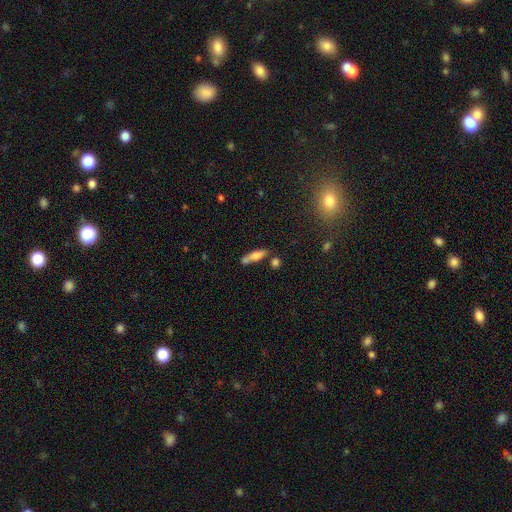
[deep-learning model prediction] Smooth or featured: smooth — 69% (featured or disk — 23%)
How rounded: cigar-shaped — 60% (in between — 37%)
Merging: none — 59% (merger — 19%)